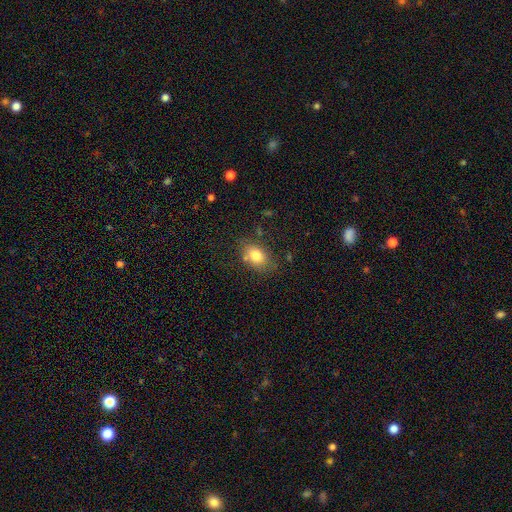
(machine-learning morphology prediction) smooth 79%, featured or disk 12%, star or artifact 9%. Down the decision tree: how rounded — in between (78%); merging — none (71%).